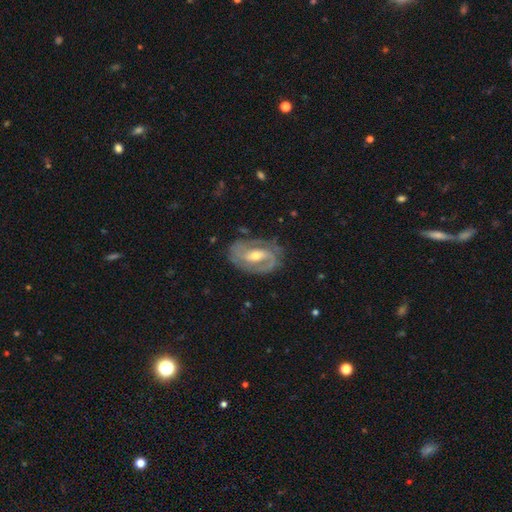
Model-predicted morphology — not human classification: Smooth or featured: featured or disk — 86% (smooth — 9%)
Edge-on disk: no — 96% (yes — 4%)
Bar: weak — 44% (strong — 32%)
Spiral arms: yes — 94% (no — 6%)
Spiral winding: medium — 44% (tight — 43%)
Spiral arm count: 2 — 77% (can't tell — 9%)
Bulge size: moderate — 61% (small — 35%)
Merging: none — 74% (minor disturbance — 18%)